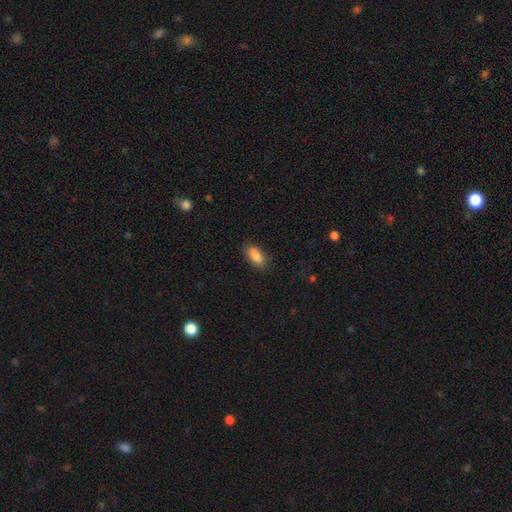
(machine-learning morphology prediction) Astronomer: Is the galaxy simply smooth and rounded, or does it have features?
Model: smooth — 88%.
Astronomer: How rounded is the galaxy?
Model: in between — 85%.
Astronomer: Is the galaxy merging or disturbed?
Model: none — 84%.